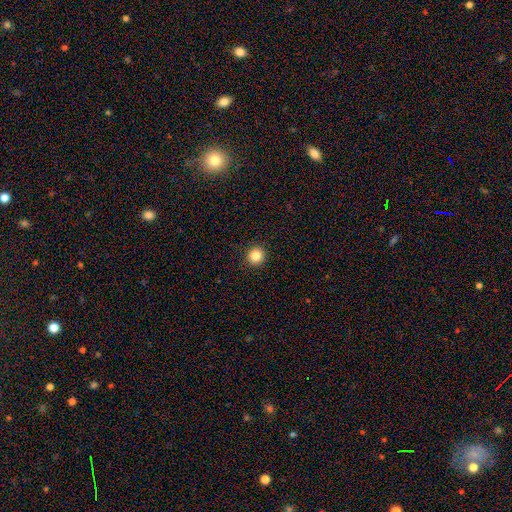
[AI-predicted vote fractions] Morphology: type=smooth (85%); roundness=round (94%); merging=none (93%).